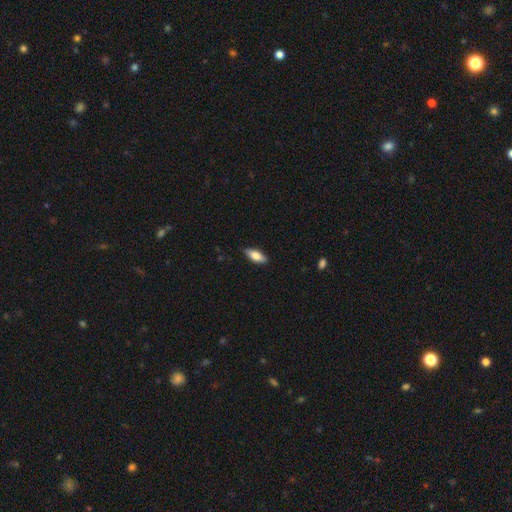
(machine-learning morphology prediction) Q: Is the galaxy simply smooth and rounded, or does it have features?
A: smooth — 75%.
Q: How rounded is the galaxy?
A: in between — 75%.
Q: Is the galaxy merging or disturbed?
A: none — 85%.